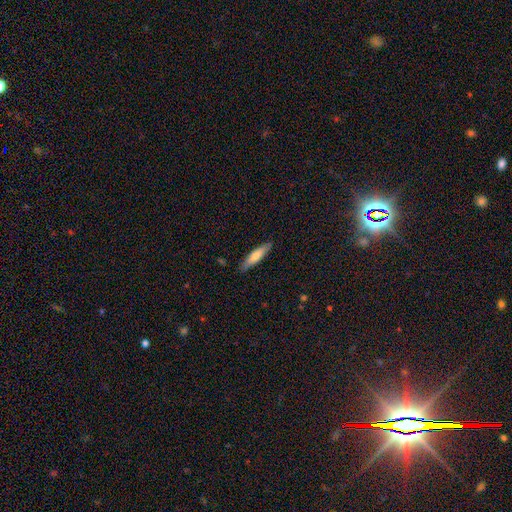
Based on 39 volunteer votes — smooth-or-featured: smooth: 62% | featured or disk: 31% | star or artifact: 8%
  how-rounded: cigar-shaped: 71% | in between: 25% | round: 4%
  merging: none: 78% | minor disturbance: 17% | major disturbance: 3% | merger: 3%